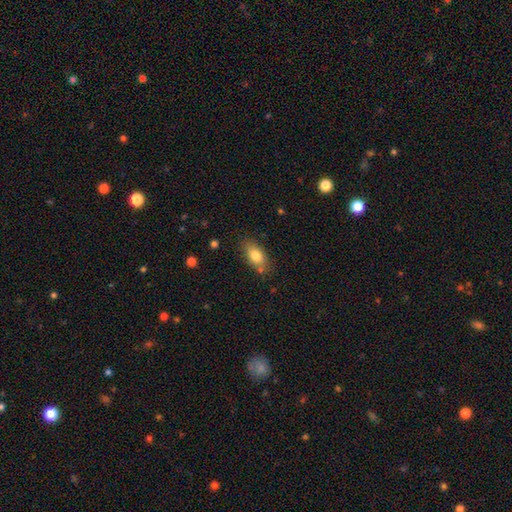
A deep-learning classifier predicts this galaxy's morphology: Q: Smooth or featured?
A: smooth (80%); runner-up: featured or disk (13%)
Q: How rounded?
A: in between (86%); runner-up: cigar-shaped (7%)
Q: Merging?
A: none (76%); runner-up: minor disturbance (16%)